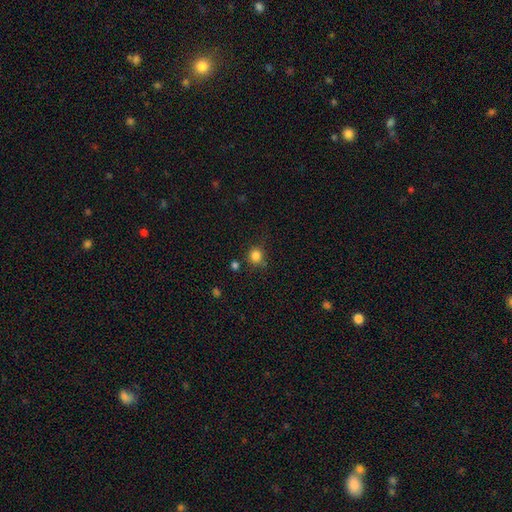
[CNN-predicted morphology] Overall: smooth (84%). How rounded: round (88%). Merging: none (78%).